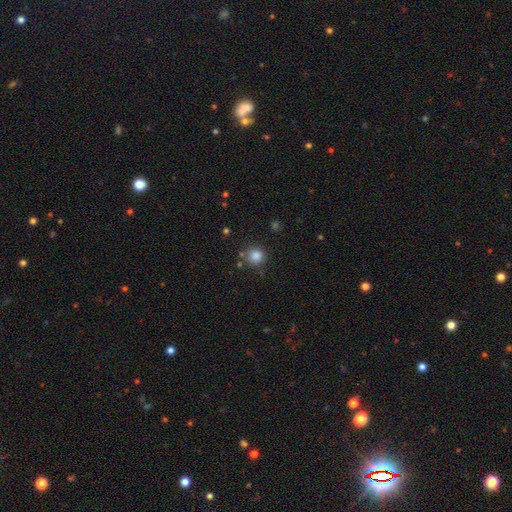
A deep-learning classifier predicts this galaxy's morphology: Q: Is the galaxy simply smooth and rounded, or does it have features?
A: smooth — 84%.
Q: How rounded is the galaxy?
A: round — 92%.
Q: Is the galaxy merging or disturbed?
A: none — 81%.